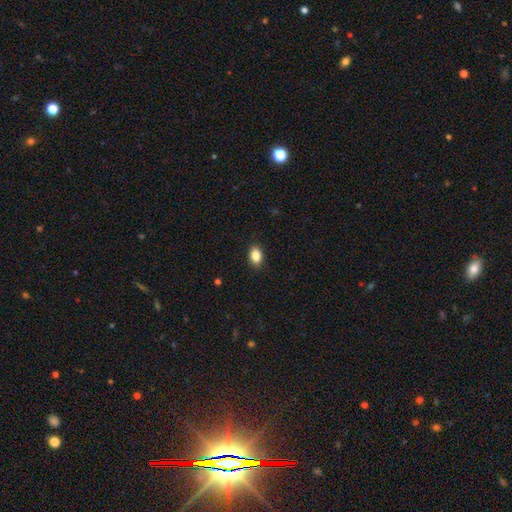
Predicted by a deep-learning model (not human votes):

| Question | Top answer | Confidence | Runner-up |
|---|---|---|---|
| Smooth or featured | smooth | 86% | star or artifact (9%) |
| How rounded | in between | 83% | round (16%) |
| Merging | none | 89% | minor disturbance (8%) |